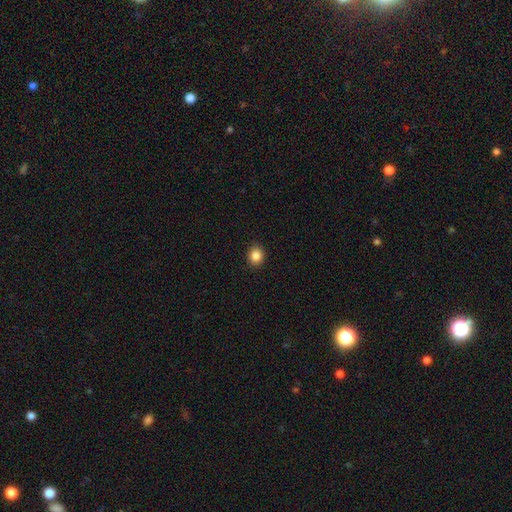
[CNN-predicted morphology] A smooth galaxy with no disk features (86%) that is round (76%).

Vote fractions:
- Smooth or featured? smooth: 86% / star or artifact: 10% / featured or disk: 3%
- How rounded? round: 76% / in between: 23% / cigar-shaped: 1%
- Merging? none: 90% / minor disturbance: 7% / major disturbance: 2% / merger: 1%